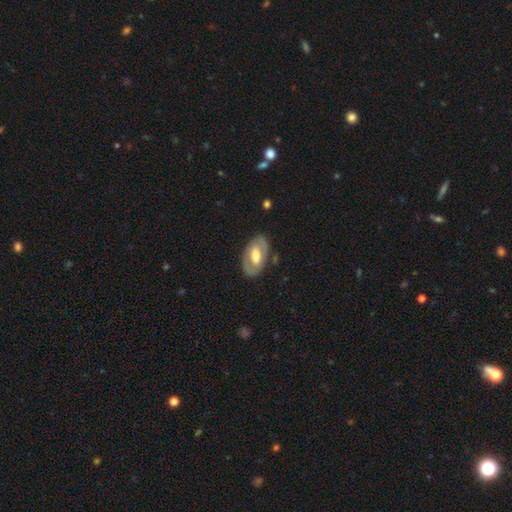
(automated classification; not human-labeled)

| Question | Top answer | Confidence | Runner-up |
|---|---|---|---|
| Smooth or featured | featured or disk | 57% | smooth (38%) |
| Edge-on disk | no | 90% | yes (10%) |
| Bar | no | 41% | weak (35%) |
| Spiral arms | no | 68% | yes (32%) |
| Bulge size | moderate | 59% | large (28%) |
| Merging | none | 79% | minor disturbance (14%) |